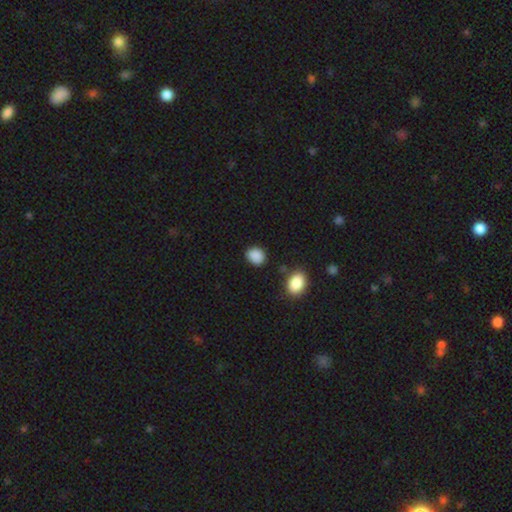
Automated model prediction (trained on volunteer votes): This appears to be a smooth galaxy with no disk features (89%) that is round (54%). Merging: none (82%).